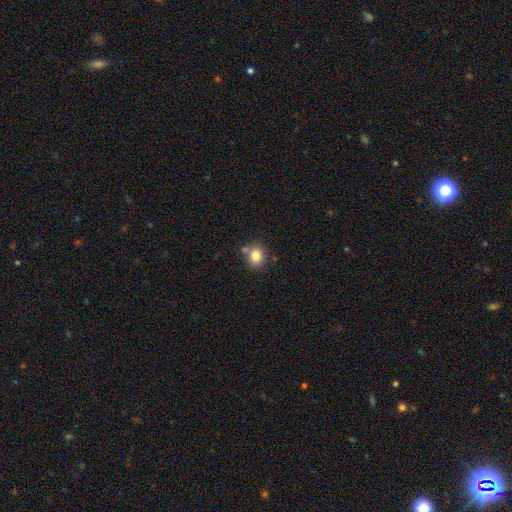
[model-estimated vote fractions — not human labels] Overall: smooth (82%). How rounded: round (68%; in between 31%). Merging: none (70%).